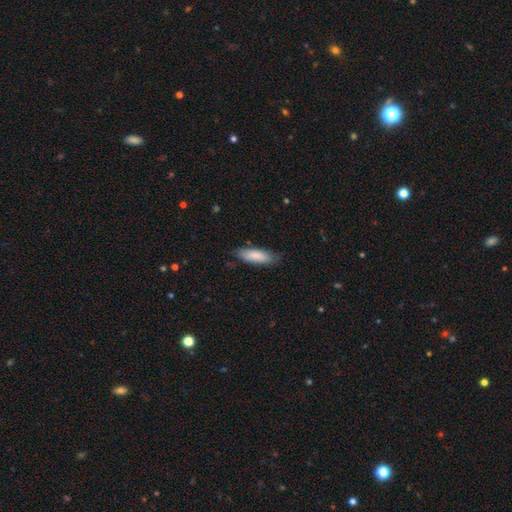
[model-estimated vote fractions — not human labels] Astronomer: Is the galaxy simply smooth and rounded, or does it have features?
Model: smooth — 83%.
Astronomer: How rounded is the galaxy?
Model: in between — 55% (runner-up: cigar-shaped, 43%).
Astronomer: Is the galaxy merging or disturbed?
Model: none — 78%.